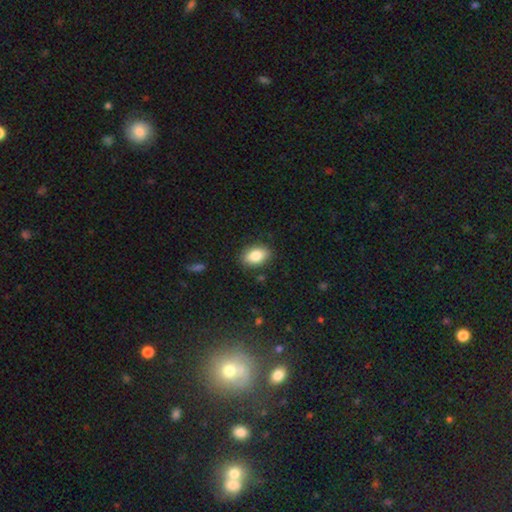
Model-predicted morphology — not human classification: Overall: smooth (84%). How rounded: in between (86%). Merging: none (87%).